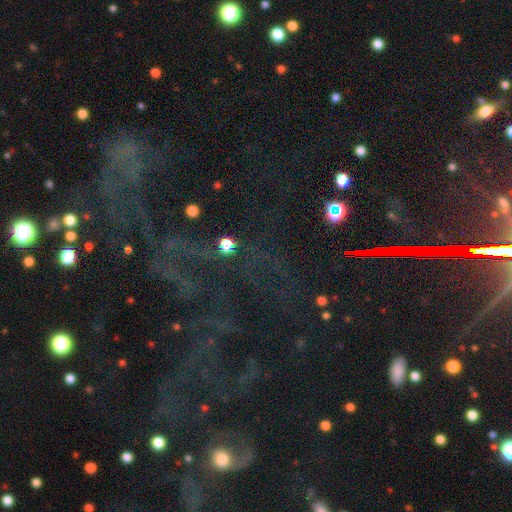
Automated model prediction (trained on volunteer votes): This appears to be a star or artifact, not a galaxy (75%).